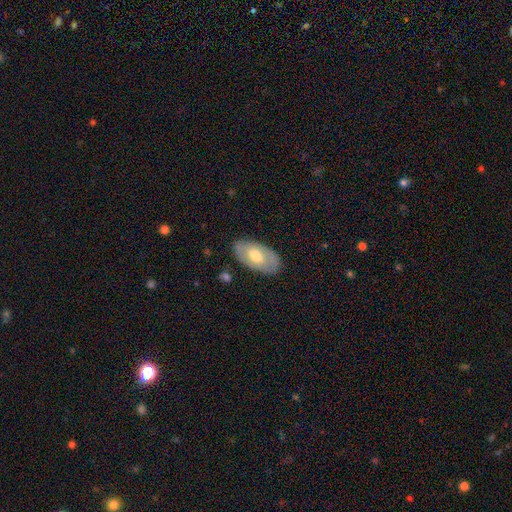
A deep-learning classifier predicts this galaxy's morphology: Smooth or featured? smooth (56%)
How rounded? in between (94%)
Merging? none (83%)